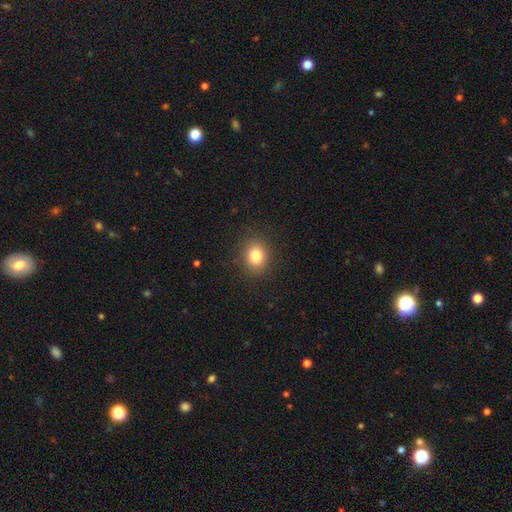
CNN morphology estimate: Smooth or featured? Predicted: smooth (p=0.81). How rounded? Predicted: round (p=0.65). Merging? Predicted: none (p=0.89).